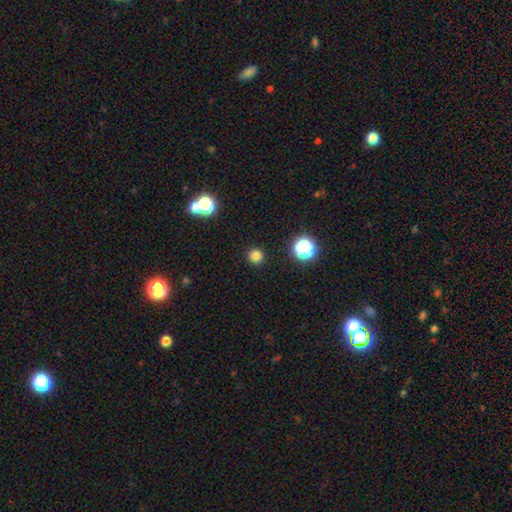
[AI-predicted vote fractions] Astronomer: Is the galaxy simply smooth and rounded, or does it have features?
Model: smooth — 81%.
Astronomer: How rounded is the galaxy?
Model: round — 95%.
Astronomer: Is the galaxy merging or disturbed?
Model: none — 92%.